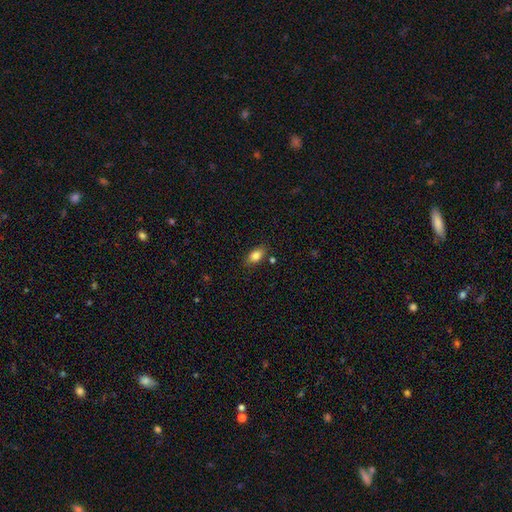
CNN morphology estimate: A smooth galaxy with no disk features (84%) that is in between round and cigar-shaped (86%). Merging: none (80%).